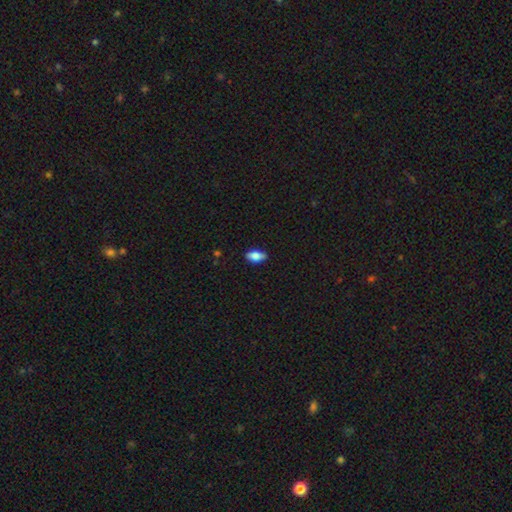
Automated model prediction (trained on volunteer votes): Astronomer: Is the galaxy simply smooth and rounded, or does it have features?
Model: smooth — 72%.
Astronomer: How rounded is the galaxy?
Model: in between — 87%.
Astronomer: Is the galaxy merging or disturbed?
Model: none — 83%.